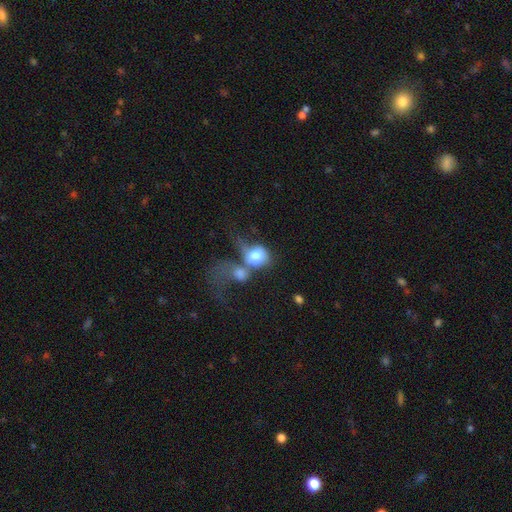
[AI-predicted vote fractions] Q: Smooth or featured?
A: smooth (65%); runner-up: featured or disk (26%)
Q: How rounded?
A: round (62%); runner-up: in between (36%)
Q: Merging?
A: merger (57%); runner-up: major disturbance (25%)